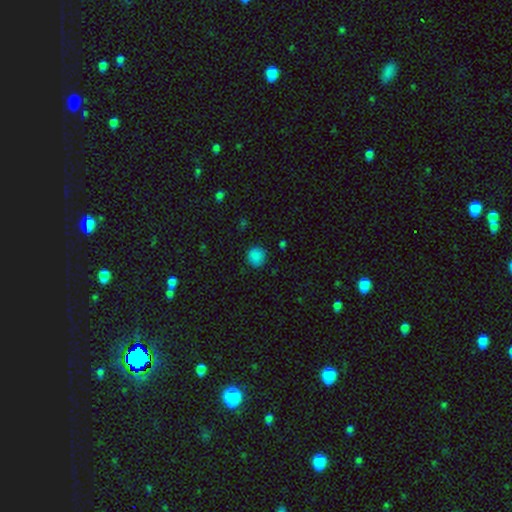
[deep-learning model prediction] Smooth or featured? Predicted: smooth (p=0.86). How rounded? Predicted: round (p=0.89). Merging? Predicted: none (p=0.86).